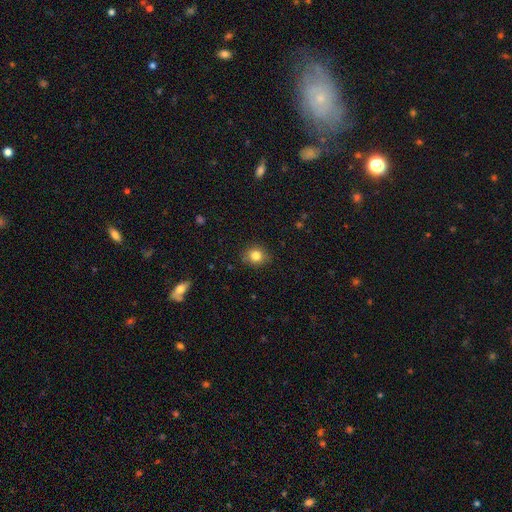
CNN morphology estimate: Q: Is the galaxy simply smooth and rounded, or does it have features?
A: smooth — 83%.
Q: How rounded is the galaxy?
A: round — 80%.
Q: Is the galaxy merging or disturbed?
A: none — 85%.